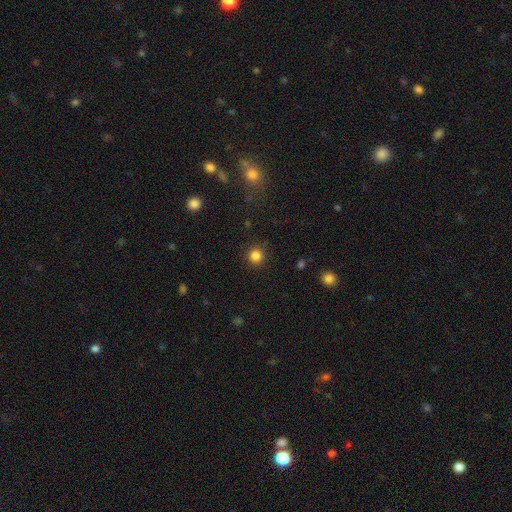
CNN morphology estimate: Smooth or featured?
  - smooth: 84% *
  - star or artifact: 13%
  - featured or disk: 4%
How rounded?
  - round: 95% *
  - in between: 4%
  - cigar-shaped: 1%
Merging?
  - none: 91% *
  - minor disturbance: 6%
  - major disturbance: 2%
  - merger: 1%